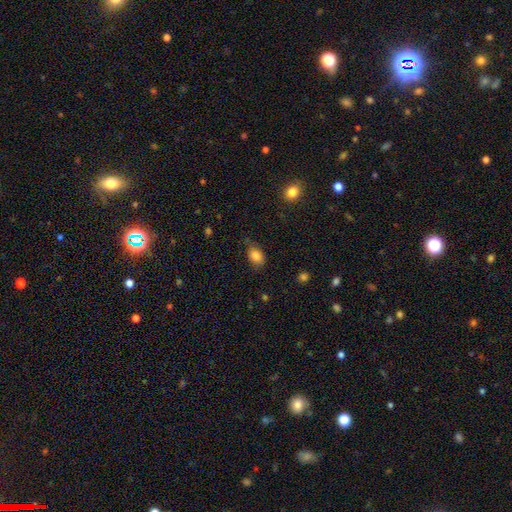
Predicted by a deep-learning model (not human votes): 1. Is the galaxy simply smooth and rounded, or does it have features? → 84% smooth, 10% star or artifact, 6% featured or disk.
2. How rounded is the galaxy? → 73% in between, 26% round, 1% cigar-shaped.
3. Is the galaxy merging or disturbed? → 67% none, 25% minor disturbance, 6% major disturbance, 2% merger.